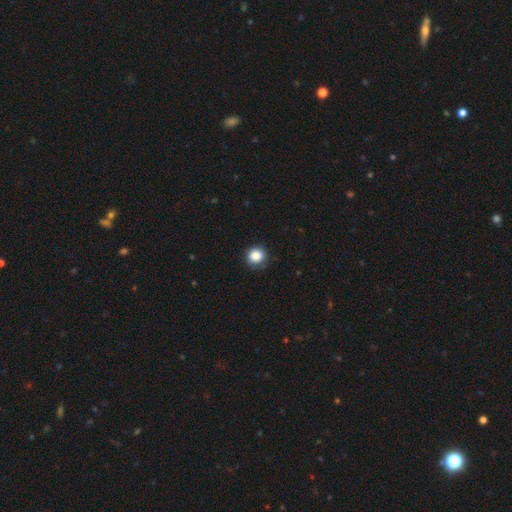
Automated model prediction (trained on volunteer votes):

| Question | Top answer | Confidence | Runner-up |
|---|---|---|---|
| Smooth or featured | smooth | 86% | star or artifact (10%) |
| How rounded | round | 92% | in between (7%) |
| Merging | none | 85% | minor disturbance (11%) |